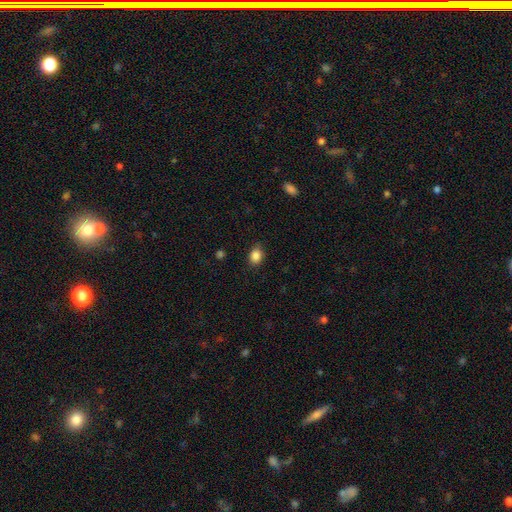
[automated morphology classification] Q: Smooth or featured?
A: smooth (86%); runner-up: star or artifact (10%)
Q: How rounded?
A: in between (56%); runner-up: round (42%)
Q: Merging?
A: none (84%); runner-up: minor disturbance (12%)